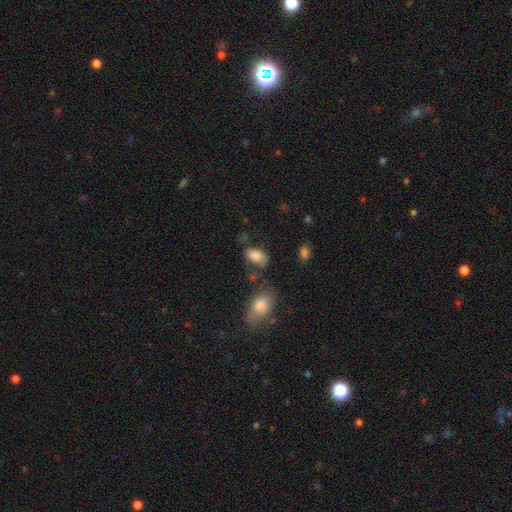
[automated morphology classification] Smooth or featured? Predicted: smooth (p=0.83). How rounded? Predicted: in between (p=0.92). Merging? Predicted: none (p=0.54).